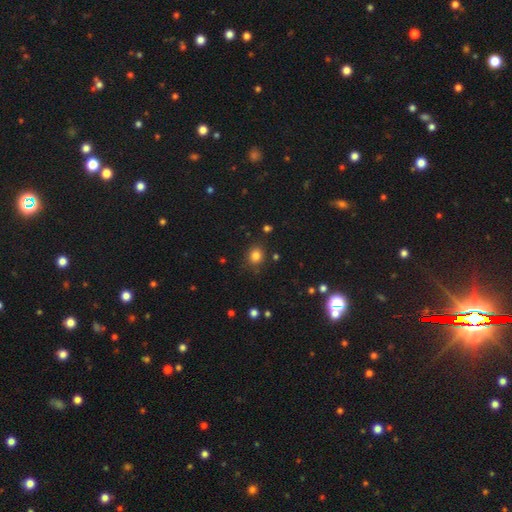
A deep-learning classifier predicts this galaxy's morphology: Smooth or featured? smooth (81%)
How rounded? round (72%)
Merging? none (85%)